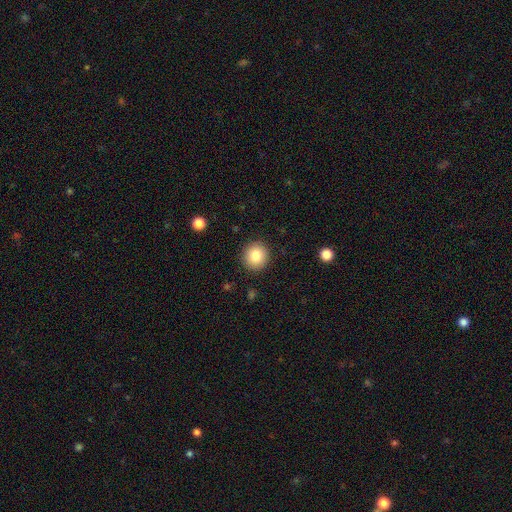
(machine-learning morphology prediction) This is clearly a smooth galaxy (84%). How rounded: clearly round (91%). Merging: clearly none (91%).